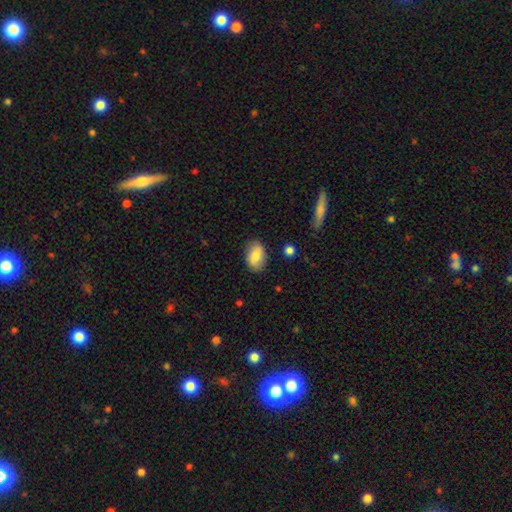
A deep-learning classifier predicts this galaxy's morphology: type=smooth (78%); roundness=in between (87%); merging=none (83%).